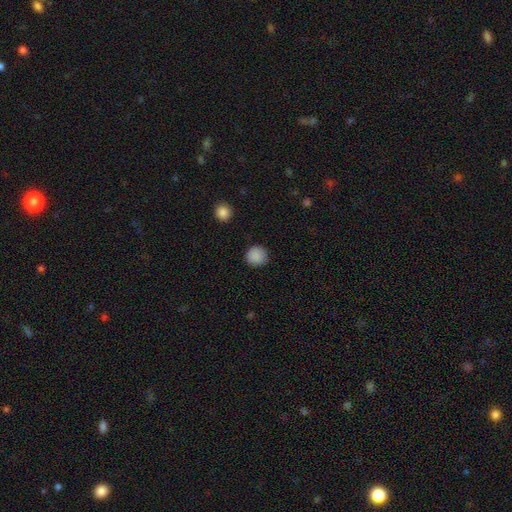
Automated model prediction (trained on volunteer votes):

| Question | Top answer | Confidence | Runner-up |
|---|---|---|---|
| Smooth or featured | smooth | 88% | star or artifact (9%) |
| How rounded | round | 92% | in between (7%) |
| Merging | none | 88% | minor disturbance (8%) |